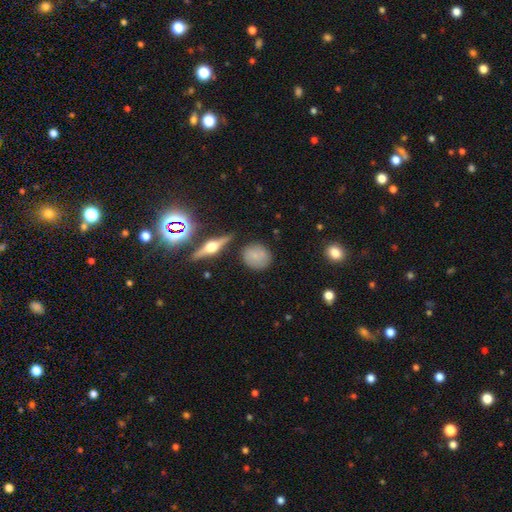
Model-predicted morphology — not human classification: Smooth or featured? Predicted: smooth (p=0.73). How rounded? Predicted: round (p=0.74). Merging? Predicted: none (p=0.80).